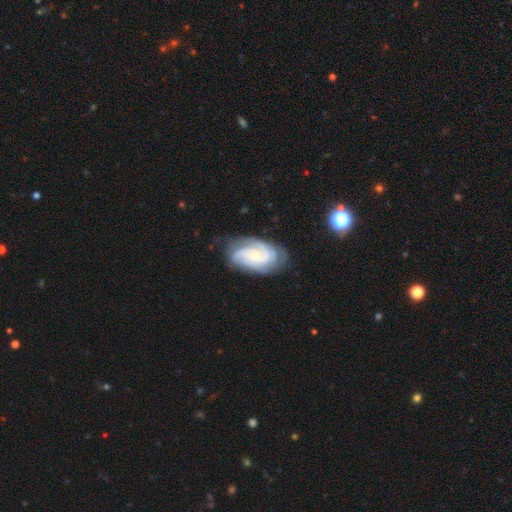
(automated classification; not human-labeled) Morphology: type=featured or disk (85%); edge-on=no (96%); bar=no (68%); spiral arms=yes (97%); winding=tight (62%); arm count=3 (32%); bulge=small (70%); merging=none (73%).